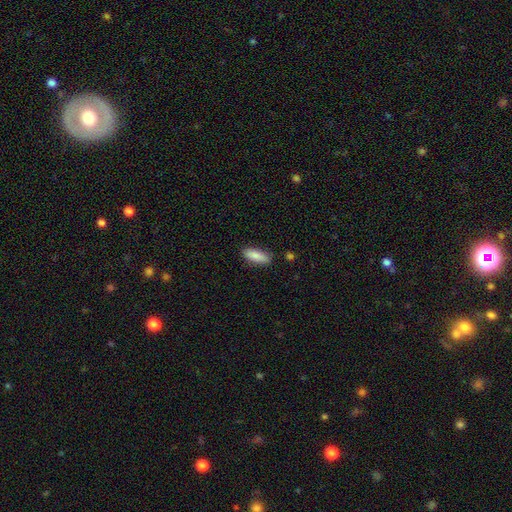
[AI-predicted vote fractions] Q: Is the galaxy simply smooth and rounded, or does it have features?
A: smooth — 84%.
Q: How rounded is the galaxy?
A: in between — 66%.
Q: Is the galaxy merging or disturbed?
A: none — 85%.